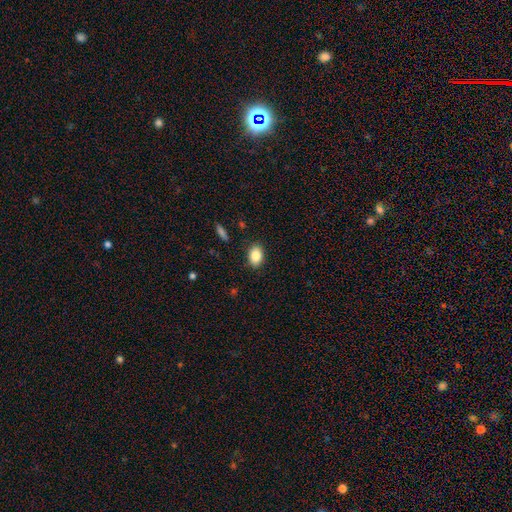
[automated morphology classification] Smooth or featured? Predicted: smooth (p=0.84). How rounded? Predicted: in between (p=0.85). Merging? Predicted: none (p=0.87).